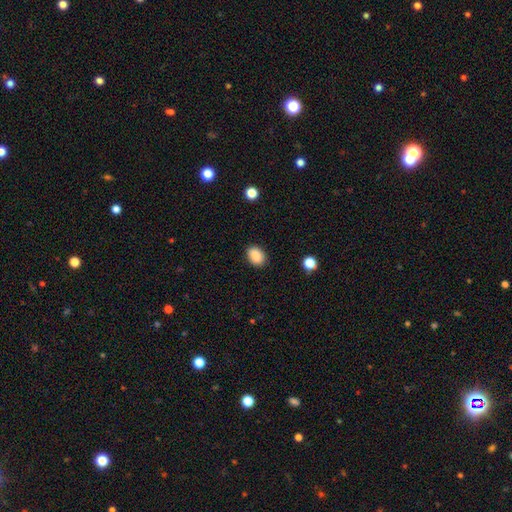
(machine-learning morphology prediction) smooth_or_featured: smooth (p=0.88) [alt: star or artifact p=0.08]
how_rounded: in between (p=0.70) [alt: round p=0.29]
merging: none (p=0.88) [alt: minor disturbance p=0.09]